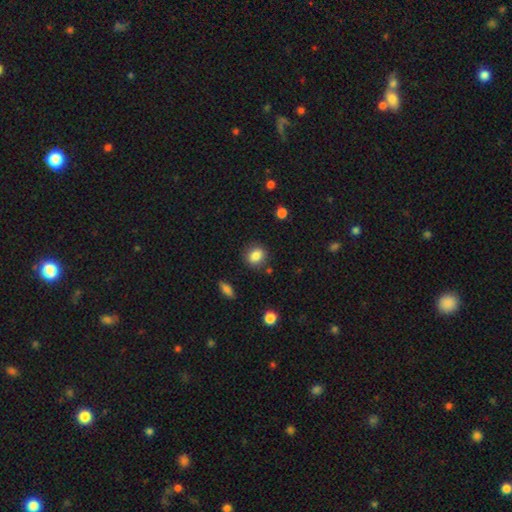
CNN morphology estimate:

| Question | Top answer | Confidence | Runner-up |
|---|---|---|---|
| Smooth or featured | smooth | 85% | star or artifact (9%) |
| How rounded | round | 69% | in between (30%) |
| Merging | none | 85% | minor disturbance (10%) |